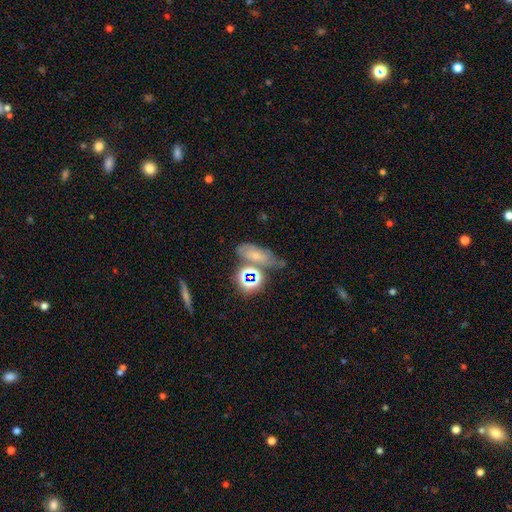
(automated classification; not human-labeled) smooth_or_featured: smooth (p=0.47) [alt: star or artifact p=0.27]
merging: none (p=0.47) [alt: minor disturbance p=0.22]